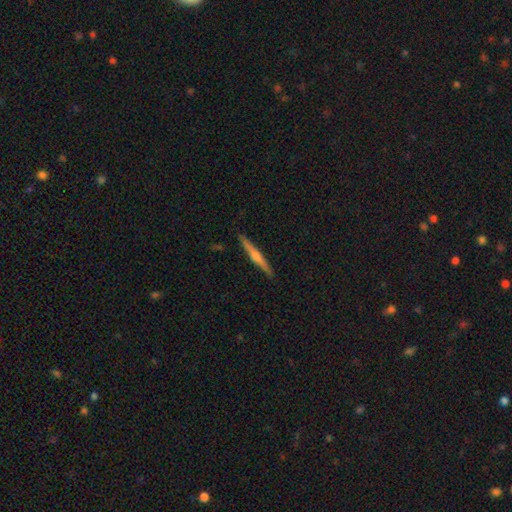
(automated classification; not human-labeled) The model was most divided on "smooth or featured": featured or disk: 68%, smooth: 26%, star or artifact: 6%. More confident: edge-on disk — yes (98%); merging — none (91%); edge-on bulge — rounded (85%).